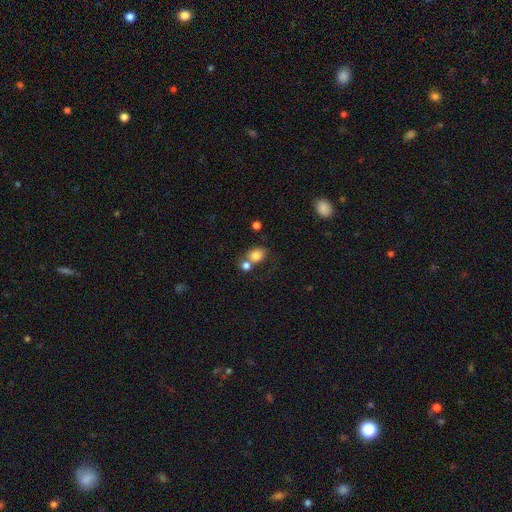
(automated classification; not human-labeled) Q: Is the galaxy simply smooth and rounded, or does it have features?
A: smooth — 81%.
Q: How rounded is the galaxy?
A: round — 55%.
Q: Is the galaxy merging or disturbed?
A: none — 46%.